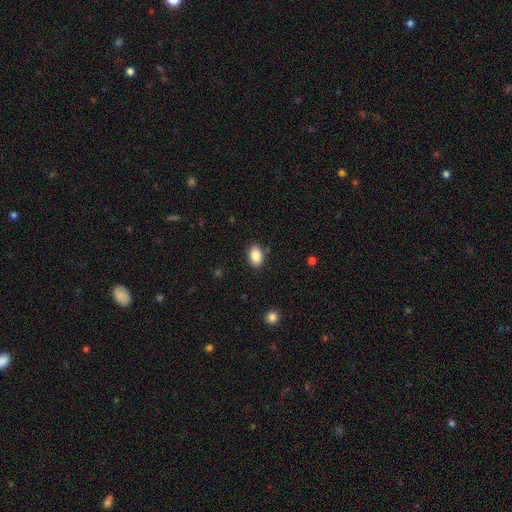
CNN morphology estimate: The model was most divided on "how rounded": in between: 86%, round: 13%, cigar-shaped: 1%. More confident: smooth or featured — smooth (87%); merging — none (85%).